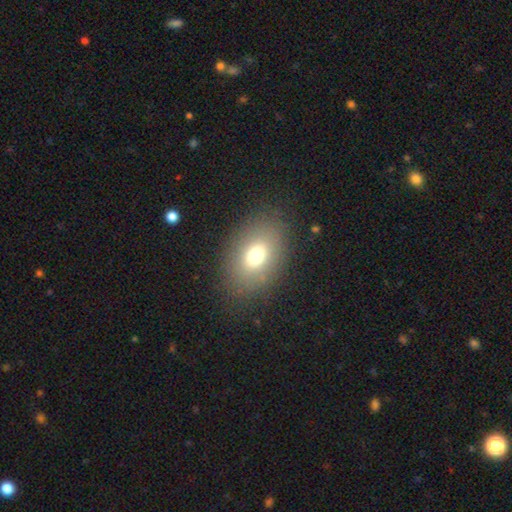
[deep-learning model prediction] Smooth or featured? Predicted: smooth (p=0.71). How rounded? Predicted: in between (p=0.75). Merging? Predicted: none (p=0.84).